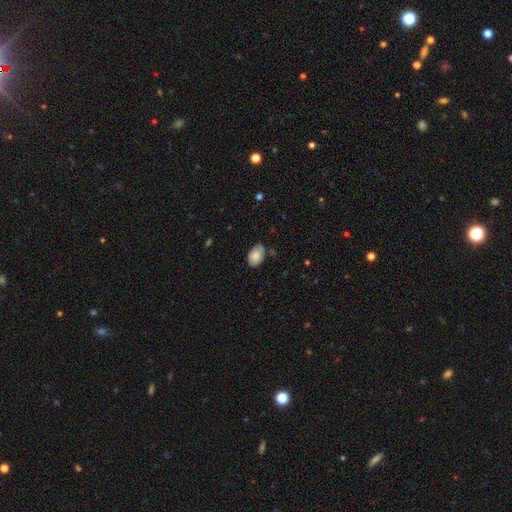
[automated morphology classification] Smooth or featured: smooth — 76% (featured or disk — 17%)
How rounded: in between — 89% (round — 10%)
Merging: none — 75% (minor disturbance — 20%)